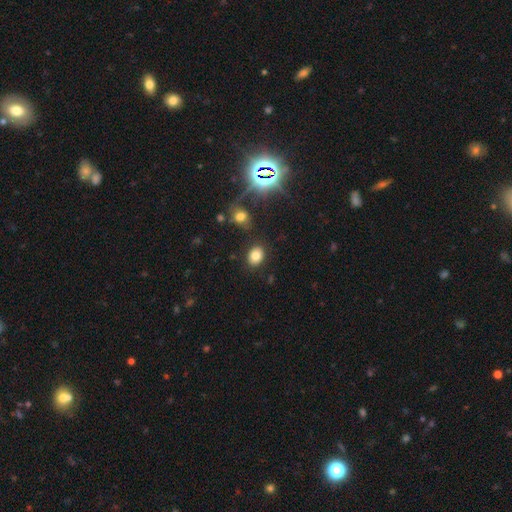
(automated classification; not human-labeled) This appears to be a smooth galaxy with no disk features (79%) that is in between round and cigar-shaped (56%). Merging: none (85%).